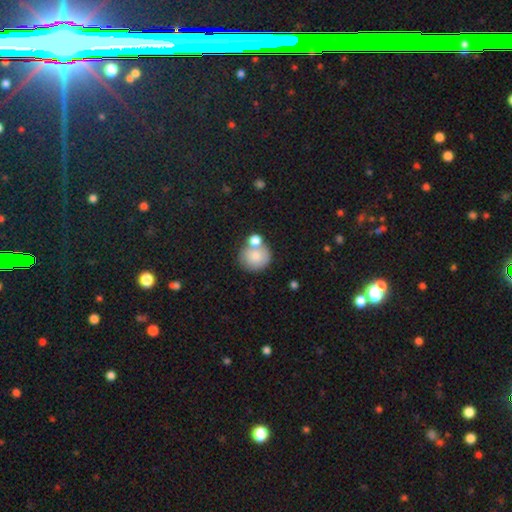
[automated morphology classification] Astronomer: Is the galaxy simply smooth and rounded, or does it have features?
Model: smooth — 77%.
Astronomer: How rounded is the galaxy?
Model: round — 86%.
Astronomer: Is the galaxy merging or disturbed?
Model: none — 51% (runner-up: merger, 31%).